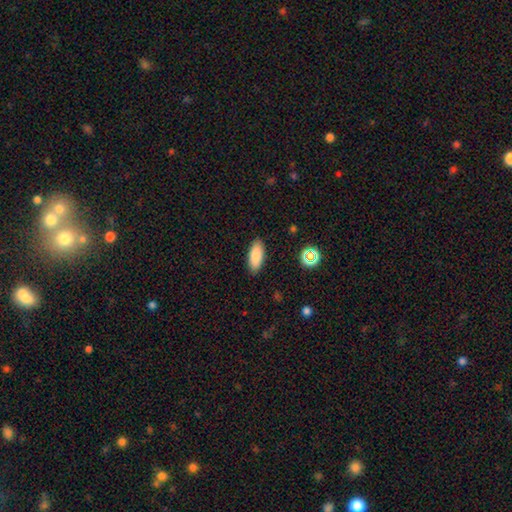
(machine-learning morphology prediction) type=smooth (86%); roundness=in between (83%); merging=none (88%).